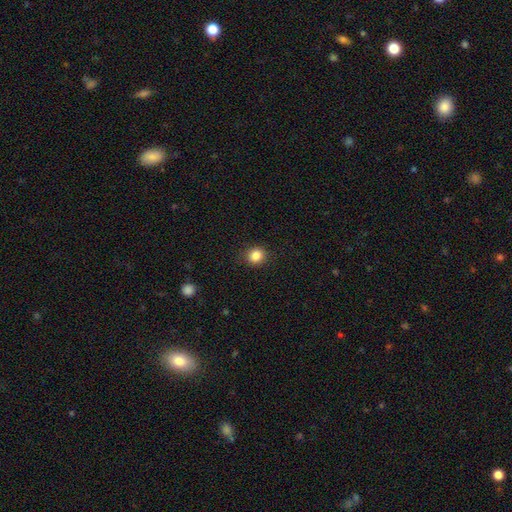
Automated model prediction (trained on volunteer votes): A smooth galaxy with no disk features (85%) that is round (82%). Merging: none (89%).